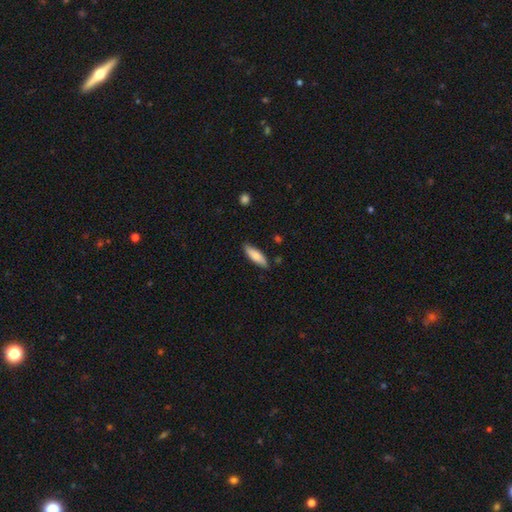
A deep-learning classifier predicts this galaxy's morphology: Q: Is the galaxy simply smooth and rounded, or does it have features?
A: smooth — 78%.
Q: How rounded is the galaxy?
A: in between — 49%, tied with cigar-shaped.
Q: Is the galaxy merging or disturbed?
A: none — 84%.